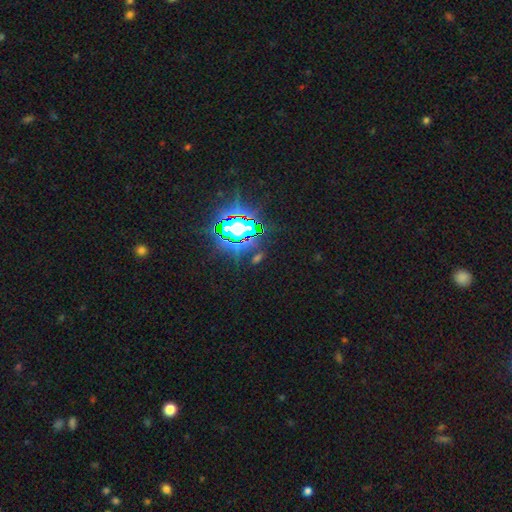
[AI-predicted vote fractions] smooth-or-featured: star or artifact: 79% | smooth: 12% | featured or disk: 9%